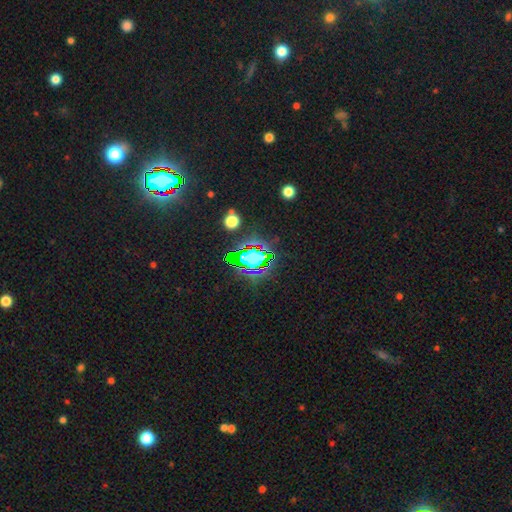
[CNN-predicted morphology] Smooth or featured: star or artifact — 62% (smooth — 25%)